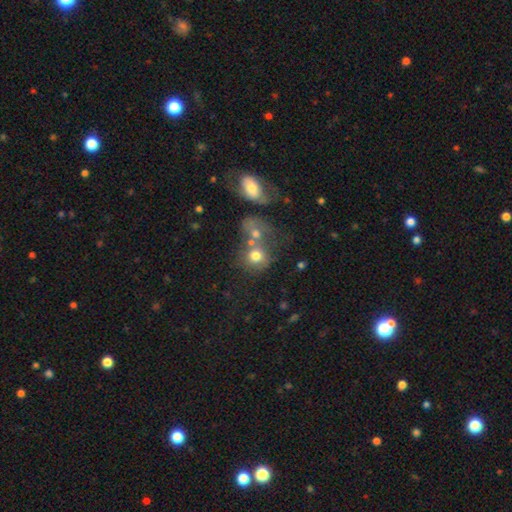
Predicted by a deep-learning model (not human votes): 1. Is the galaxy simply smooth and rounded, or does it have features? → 68% smooth, 19% featured or disk, 13% star or artifact.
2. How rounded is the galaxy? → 74% round, 25% in between, 1% cigar-shaped.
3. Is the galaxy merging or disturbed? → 49% merger, 30% none, 11% minor disturbance, 11% major disturbance.